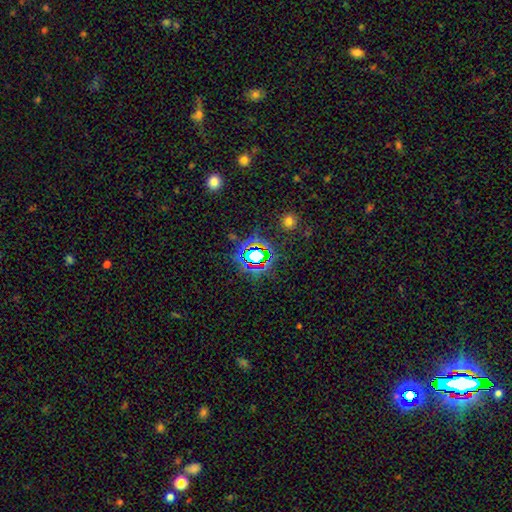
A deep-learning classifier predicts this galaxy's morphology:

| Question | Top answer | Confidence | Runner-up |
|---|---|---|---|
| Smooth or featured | star or artifact | 71% | smooth (18%) |